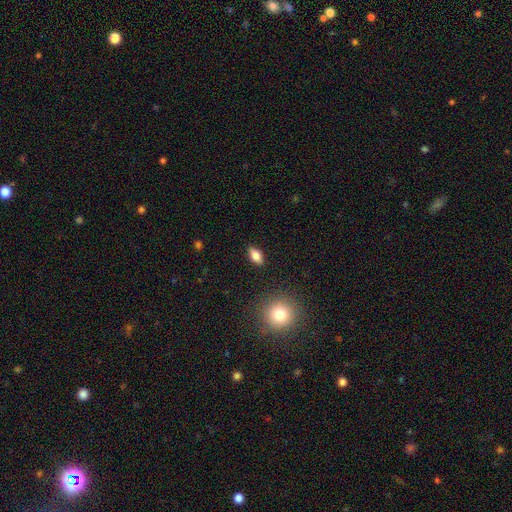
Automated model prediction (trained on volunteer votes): Smooth or featured? Predicted: smooth (p=0.76). How rounded? Predicted: in between (p=0.85). Merging? Predicted: none (p=0.89).